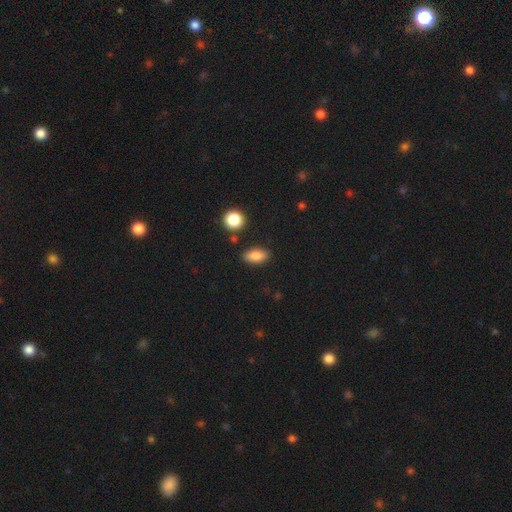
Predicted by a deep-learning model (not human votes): smooth_or_featured: smooth (p=0.86) [alt: star or artifact p=0.08]
how_rounded: in between (p=0.88) [alt: round p=0.06]
merging: none (p=0.85) [alt: minor disturbance p=0.10]